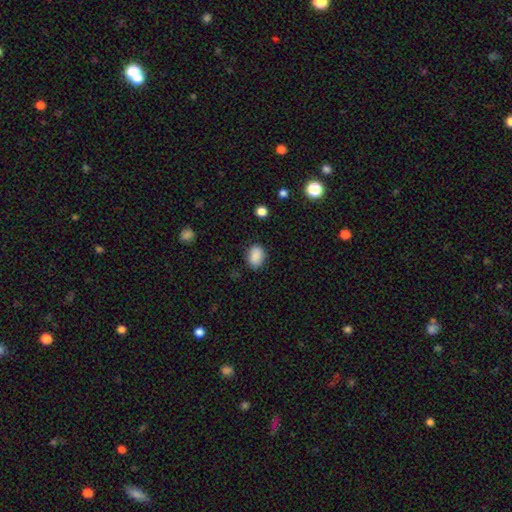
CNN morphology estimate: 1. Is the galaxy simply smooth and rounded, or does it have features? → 88% smooth, 8% star or artifact, 4% featured or disk.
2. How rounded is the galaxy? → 82% in between, 17% round, 1% cigar-shaped.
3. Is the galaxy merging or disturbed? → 83% none, 13% minor disturbance, 3% major disturbance, 1% merger.